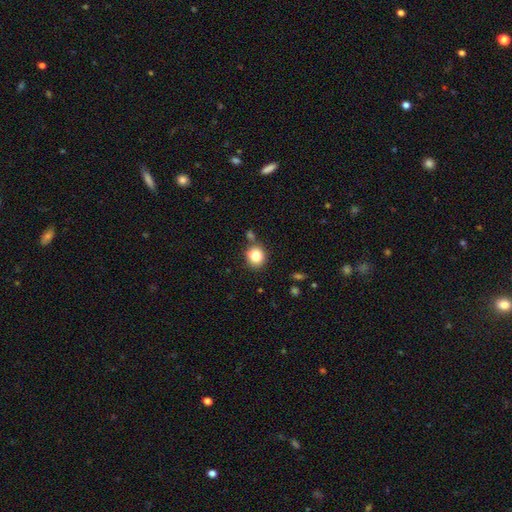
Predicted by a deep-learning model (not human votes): Smooth or featured?
  - smooth: 82% *
  - star or artifact: 11%
  - featured or disk: 7%
How rounded?
  - round: 79% *
  - in between: 20%
  - cigar-shaped: 1%
Merging?
  - none: 78% *
  - minor disturbance: 12%
  - merger: 7%
  - major disturbance: 3%